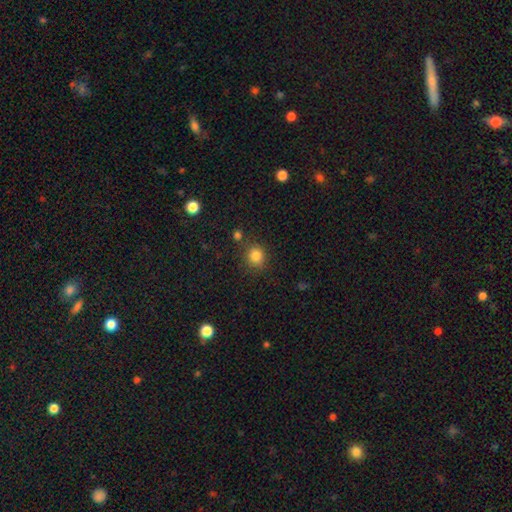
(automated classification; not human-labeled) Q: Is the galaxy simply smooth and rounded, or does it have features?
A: smooth — 83%.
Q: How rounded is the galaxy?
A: round — 81%.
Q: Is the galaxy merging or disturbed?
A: none — 77%.